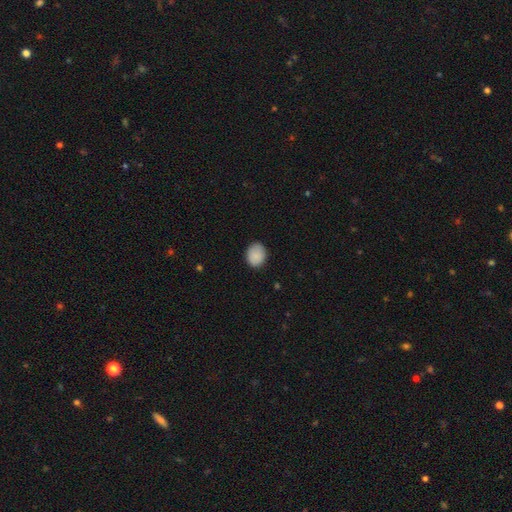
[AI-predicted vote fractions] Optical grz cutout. It shows a smooth galaxy with no disk features (88%) that is round (53%). Merging: none (83%).